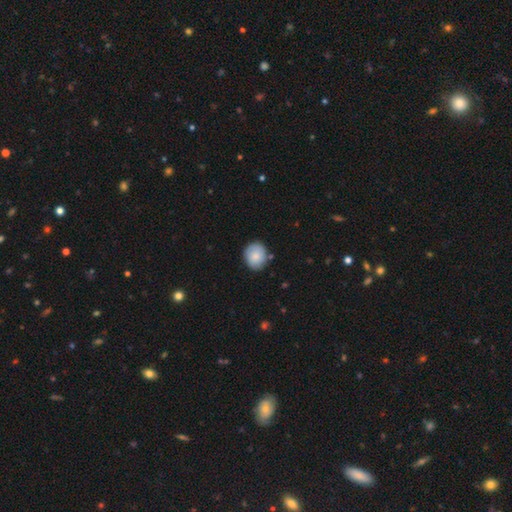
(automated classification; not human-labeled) Morphology: type=smooth (80%); roundness=round (69%); merging=none (79%).